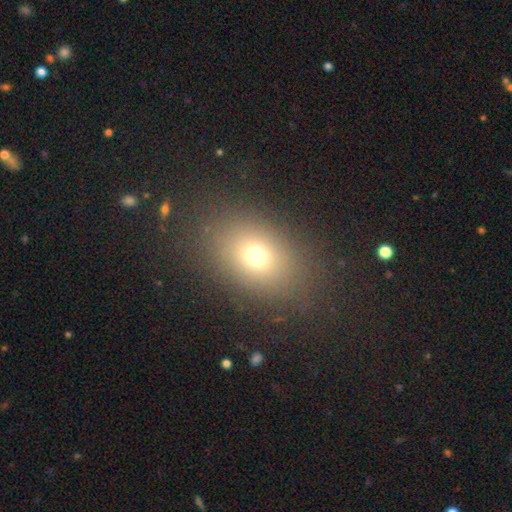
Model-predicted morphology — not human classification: A smooth galaxy with no disk features (71%) that is in between round and cigar-shaped (65%).

Vote fractions:
- Smooth or featured? smooth: 71% / star or artifact: 18% / featured or disk: 12%
- How rounded? in between: 65% / round: 33% / cigar-shaped: 1%
- Merging? none: 83% / minor disturbance: 9% / major disturbance: 6% / merger: 1%